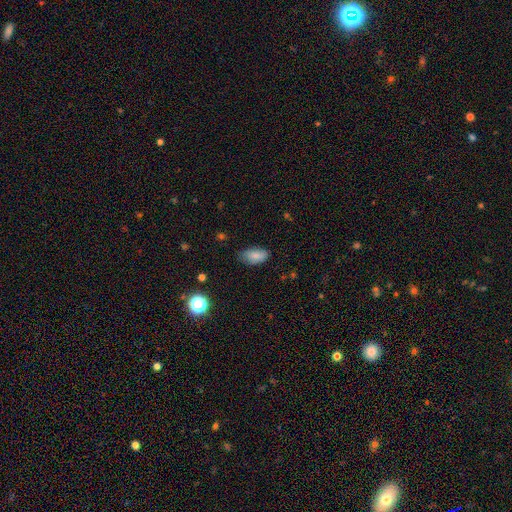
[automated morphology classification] A smooth galaxy with no disk features (82%) that is in between round and cigar-shaped (93%).

Vote fractions:
- Smooth or featured? smooth: 82% / featured or disk: 9% / star or artifact: 9%
- How rounded? in between: 93% / round: 4% / cigar-shaped: 3%
- Merging? none: 71% / minor disturbance: 24% / major disturbance: 4% / merger: 1%